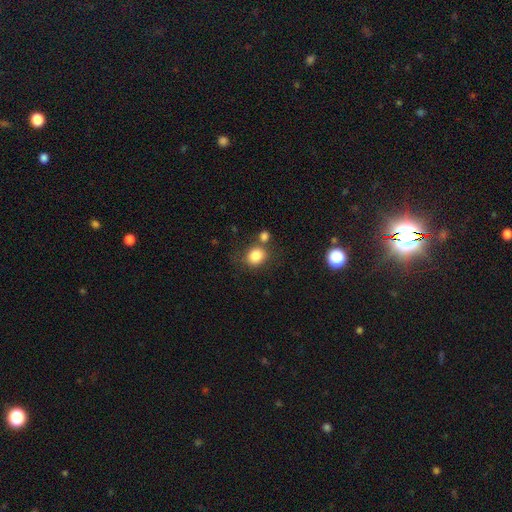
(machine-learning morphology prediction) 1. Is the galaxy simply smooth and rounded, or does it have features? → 83% smooth, 11% star or artifact, 6% featured or disk.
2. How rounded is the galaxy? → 66% round, 33% in between, 1% cigar-shaped.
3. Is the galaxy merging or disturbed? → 65% none, 18% merger, 13% minor disturbance, 5% major disturbance.